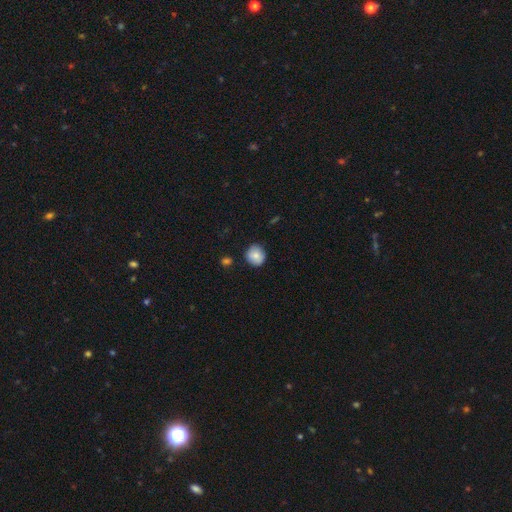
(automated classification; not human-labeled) This appears to be a smooth galaxy with no disk features (83%) that is round (88%). Merging: none (84%).